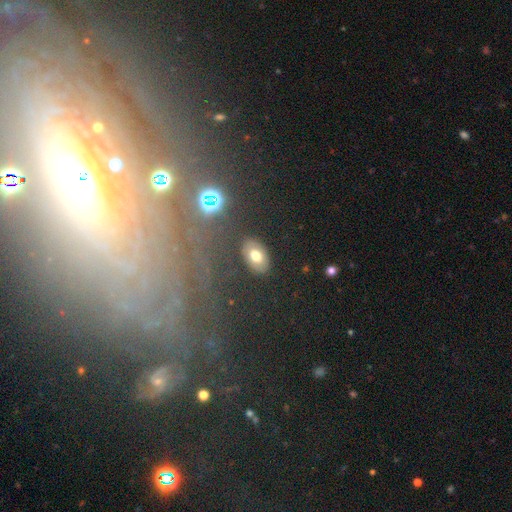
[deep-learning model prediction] smooth_or_featured: smooth (p=0.68) [alt: featured or disk p=0.20]
how_rounded: in between (p=0.90) [alt: round p=0.09]
merging: none (p=0.87) [alt: minor disturbance p=0.09]